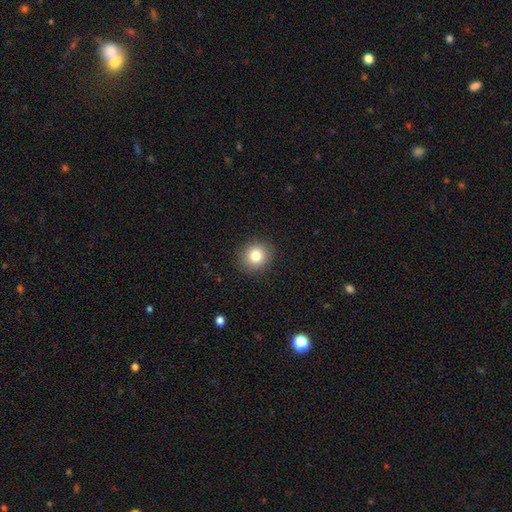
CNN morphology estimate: Overall: smooth (81%). How rounded: round (85%). Merging: none (91%).